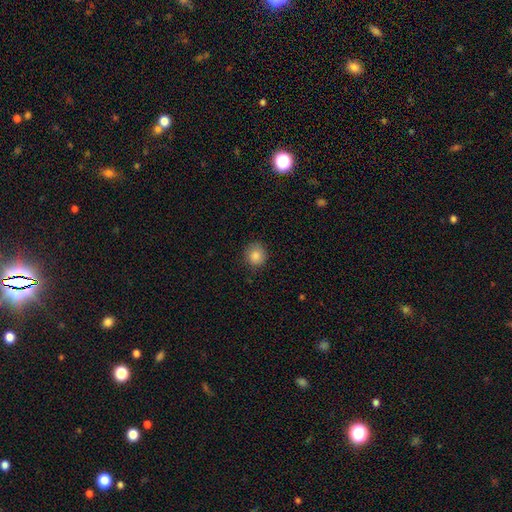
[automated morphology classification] Smooth or featured: smooth — 86% (star or artifact — 10%)
How rounded: round — 87% (in between — 12%)
Merging: none — 82% (minor disturbance — 13%)